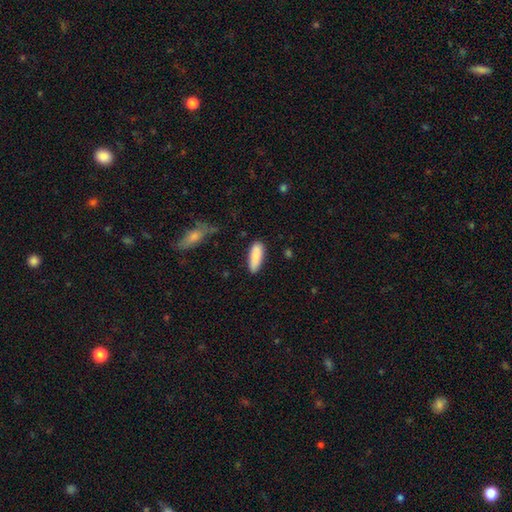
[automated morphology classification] smooth_or_featured: smooth (p=0.87) [alt: featured or disk p=0.06]
how_rounded: in between (p=0.60) [alt: cigar-shaped p=0.38]
merging: none (p=0.78) [alt: minor disturbance p=0.16]